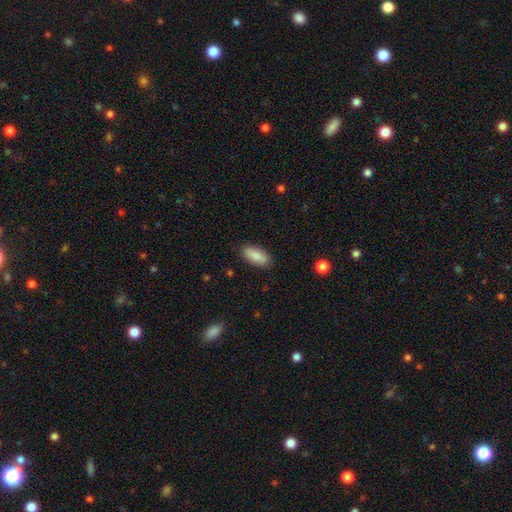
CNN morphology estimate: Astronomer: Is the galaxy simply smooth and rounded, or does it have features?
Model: smooth — 86%.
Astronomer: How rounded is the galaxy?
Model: in between — 81%.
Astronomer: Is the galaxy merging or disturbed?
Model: none — 87%.